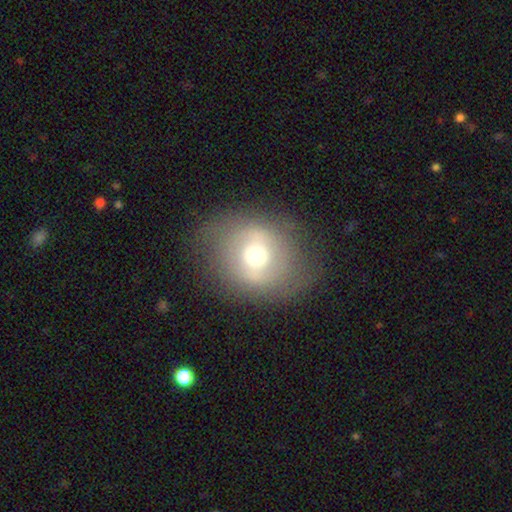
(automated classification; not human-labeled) Smooth or featured: smooth — 47% (featured or disk — 44%)
Merging: none — 77% (minor disturbance — 14%)